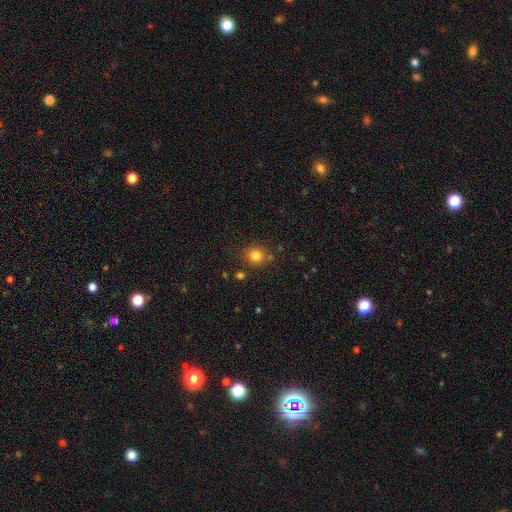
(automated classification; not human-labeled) smooth_or_featured: smooth (p=0.80) [alt: star or artifact p=0.13]
how_rounded: round (p=0.85) [alt: in between p=0.14]
merging: none (p=0.80) [alt: minor disturbance p=0.11]